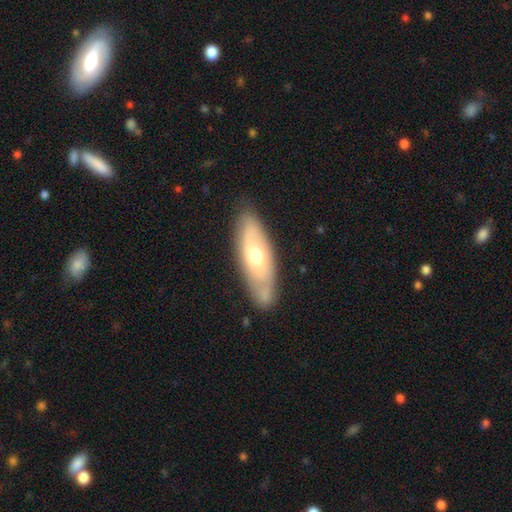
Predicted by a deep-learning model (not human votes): featured or disk 52%, smooth 42%, star or artifact 6%. Down the decision tree: edge-on disk — no (74%); merging — none (74%).